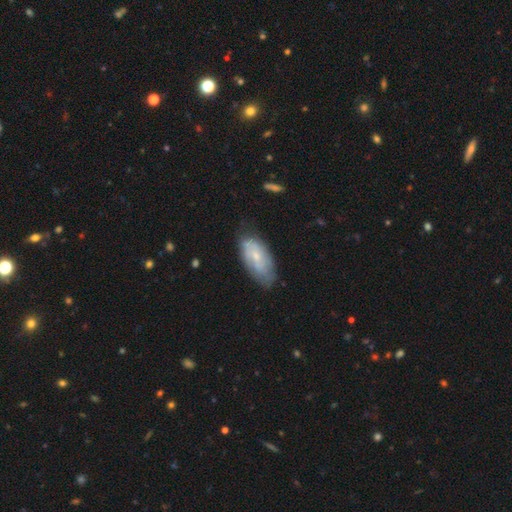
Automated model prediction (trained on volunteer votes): Smooth or featured?
  - featured or disk: 50% *
  - smooth: 43%
  - star or artifact: 7%
Merging?
  - none: 62% *
  - minor disturbance: 29%
  - major disturbance: 7%
  - merger: 2%